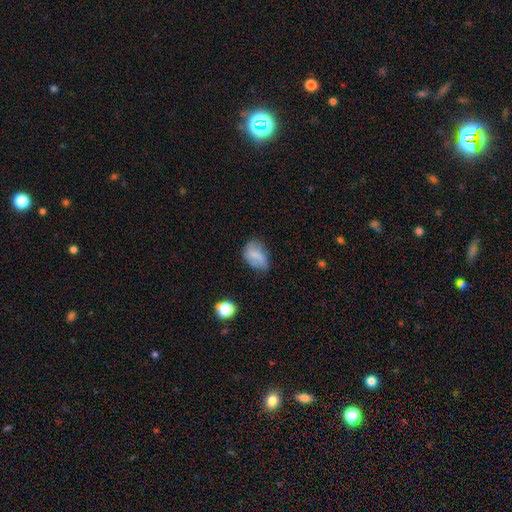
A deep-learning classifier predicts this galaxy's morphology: Q: Smooth or featured?
A: smooth (70%); runner-up: featured or disk (20%)
Q: How rounded?
A: in between (79%); runner-up: round (20%)
Q: Merging?
A: none (48%); runner-up: minor disturbance (36%)